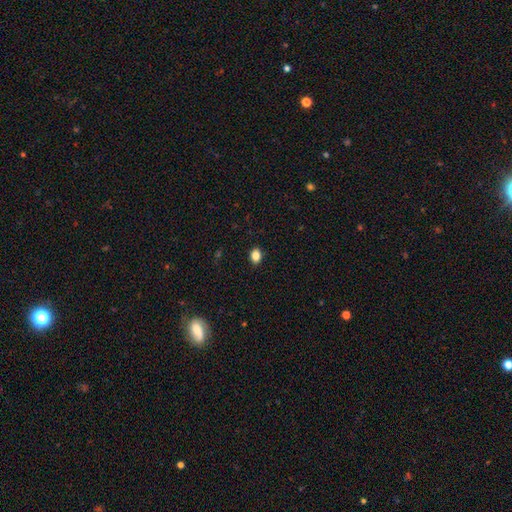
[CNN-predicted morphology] Smooth or featured? smooth (85%)
How rounded? in between (63%)
Merging? none (88%)